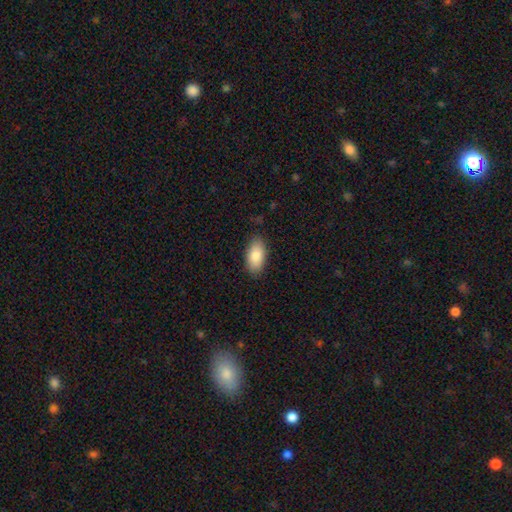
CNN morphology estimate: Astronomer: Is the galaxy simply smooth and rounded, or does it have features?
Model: smooth — 86%.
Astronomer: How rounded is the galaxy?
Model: in between — 93%.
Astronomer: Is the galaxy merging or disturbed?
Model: none — 85%.